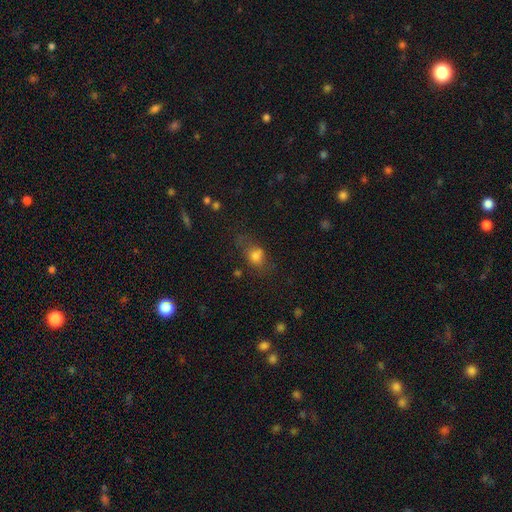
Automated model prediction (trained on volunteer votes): A smooth galaxy with no disk features (75%) that is in between round and cigar-shaped (57%). Merging: none (48%).